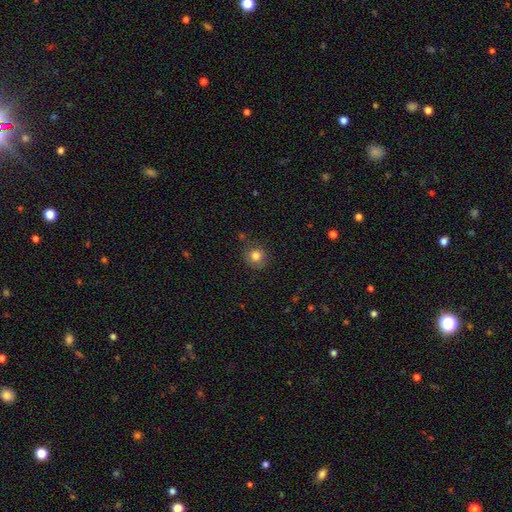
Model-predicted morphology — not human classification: Smooth or featured?
  - smooth: 82% *
  - star or artifact: 11%
  - featured or disk: 7%
How rounded?
  - round: 88% *
  - in between: 11%
  - cigar-shaped: 1%
Merging?
  - none: 81% *
  - minor disturbance: 13%
  - major disturbance: 4%
  - merger: 3%